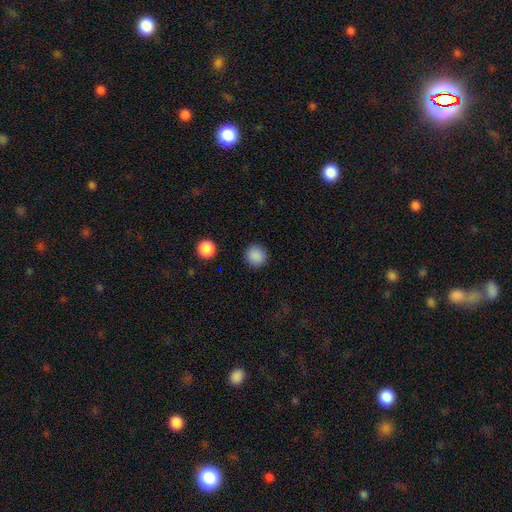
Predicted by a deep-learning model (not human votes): smooth_or_featured: smooth (p=0.88) [alt: star or artifact p=0.10]
how_rounded: round (p=0.94) [alt: in between p=0.05]
merging: none (p=0.91) [alt: minor disturbance p=0.05]